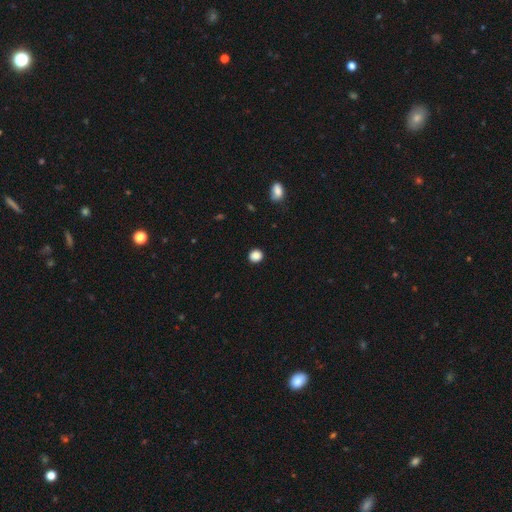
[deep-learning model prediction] smooth-or-featured: smooth: 87% | star or artifact: 10% | featured or disk: 3%
  how-rounded: round: 87% | in between: 12% | cigar-shaped: 1%
  merging: none: 91% | minor disturbance: 6% | major disturbance: 2% | merger: 1%